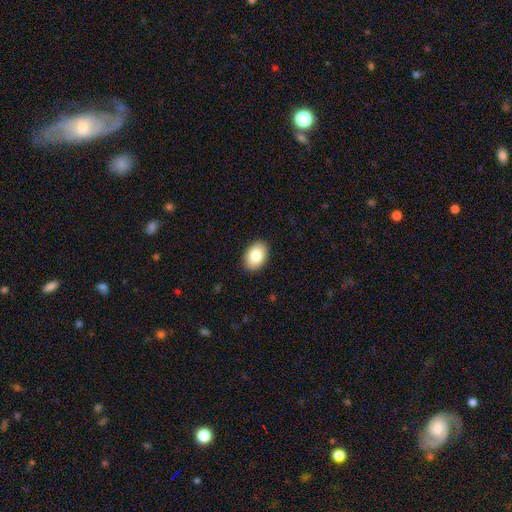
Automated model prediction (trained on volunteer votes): The model was most divided on "how rounded": in between: 85%, round: 14%, cigar-shaped: 1%. More confident: merging — none (90%); smooth or featured — smooth (83%).